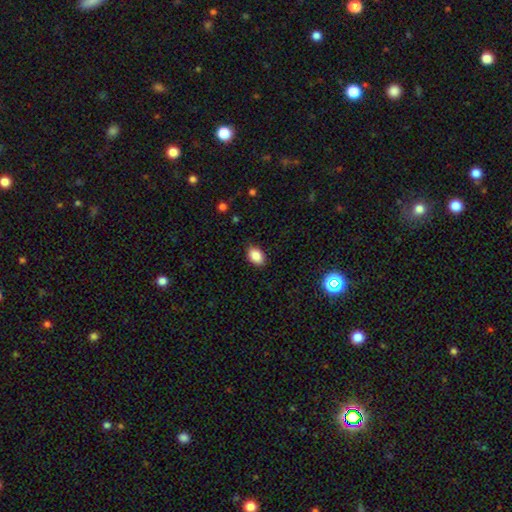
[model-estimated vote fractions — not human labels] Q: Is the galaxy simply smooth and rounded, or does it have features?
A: smooth — 86%.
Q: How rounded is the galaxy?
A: in between — 85%.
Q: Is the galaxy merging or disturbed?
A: none — 88%.